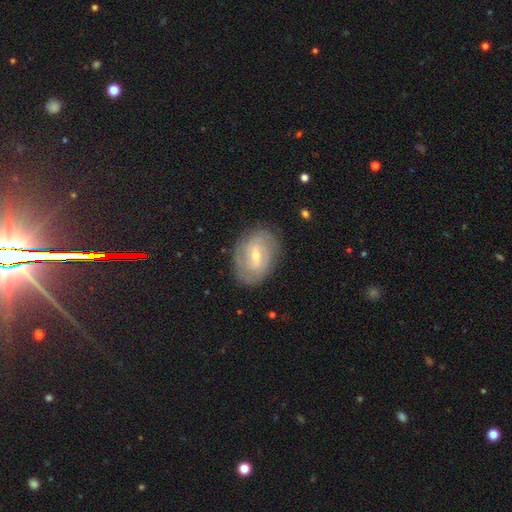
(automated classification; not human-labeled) Smooth or featured? featured or disk (75%)
Edge-on disk? no (96%)
Bar? weak (56%)
Spiral arms? yes (86%)
Spiral winding? tight (58%)
Spiral arm count? 2 (46%)
Bulge size? small (51%)
Merging? none (80%)